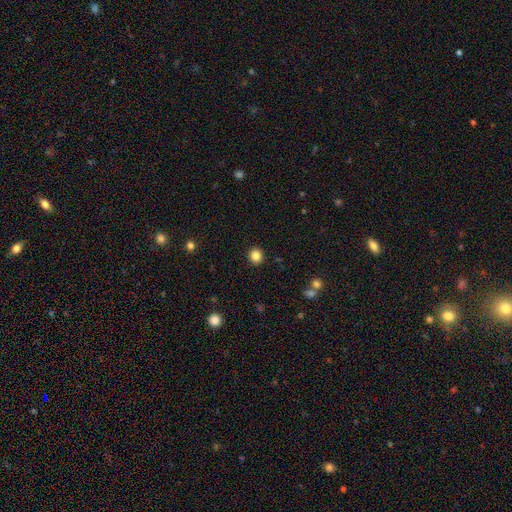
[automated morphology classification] This appears to be a smooth galaxy with no disk features (85%) that is round (85%). Merging: none (92%).